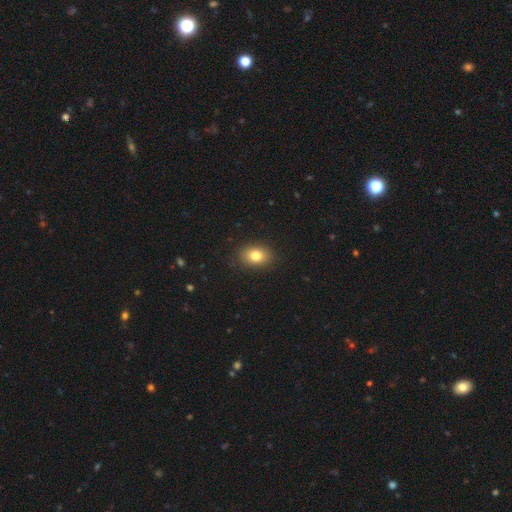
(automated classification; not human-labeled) smooth 80%, star or artifact 10%, featured or disk 9%. Down the decision tree: how rounded — in between (73%); merging — none (87%).